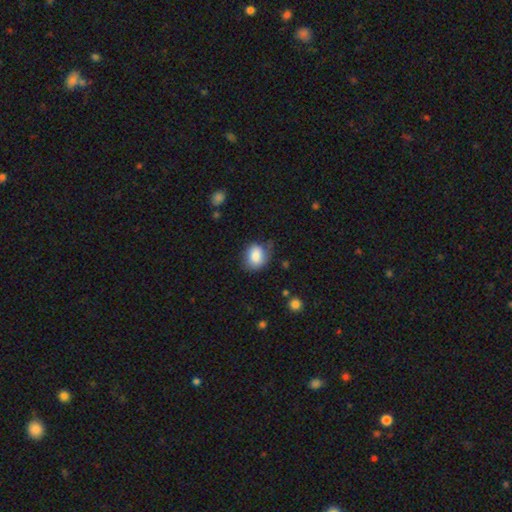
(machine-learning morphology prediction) This is clearly a smooth galaxy (83%). How rounded: possibly in between (50%). Merging: likely none (63%).